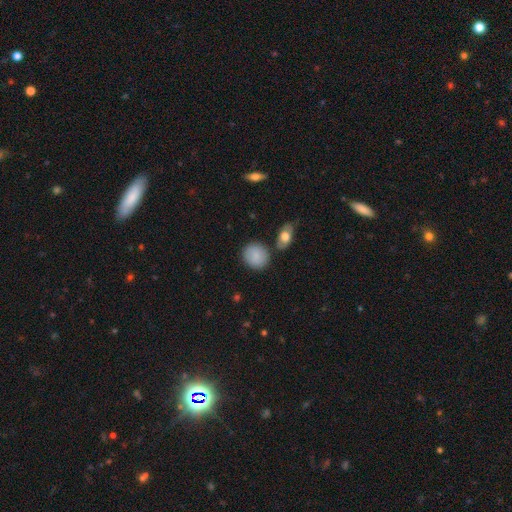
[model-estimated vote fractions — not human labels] Overall: smooth (86%). How rounded: round (75%). Merging: none (79%).